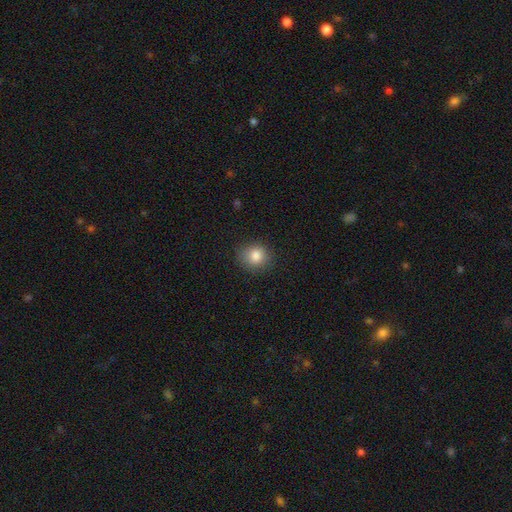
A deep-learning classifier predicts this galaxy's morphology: Smooth or featured? smooth (84%)
How rounded? round (78%)
Merging? none (86%)